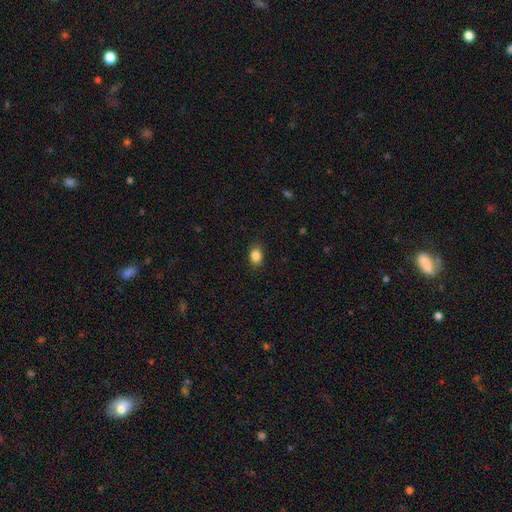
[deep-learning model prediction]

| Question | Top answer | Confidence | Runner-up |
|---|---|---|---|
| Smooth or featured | smooth | 86% | star or artifact (9%) |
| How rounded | in between | 65% | round (34%) |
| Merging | none | 87% | minor disturbance (9%) |